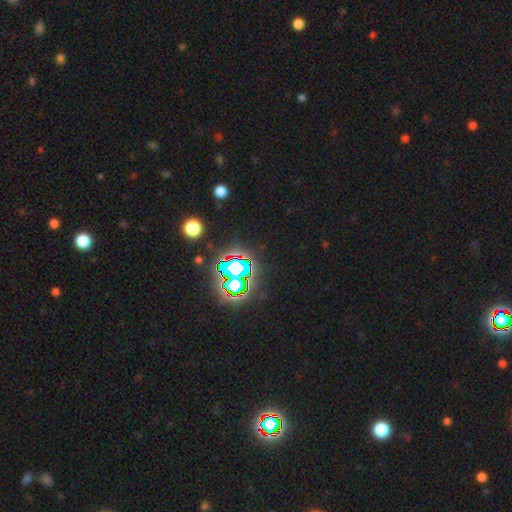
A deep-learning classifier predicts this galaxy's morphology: This is clearly a star or artifact rather than a galaxy (82%).